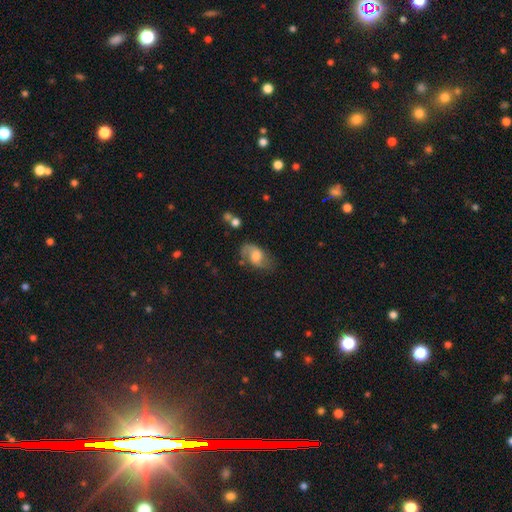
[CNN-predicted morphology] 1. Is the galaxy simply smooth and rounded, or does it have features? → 51% featured or disk, 41% smooth, 8% star or artifact.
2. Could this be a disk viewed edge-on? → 95% no, 5% yes.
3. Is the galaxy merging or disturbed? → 58% none, 26% minor disturbance, 13% major disturbance, 4% merger.